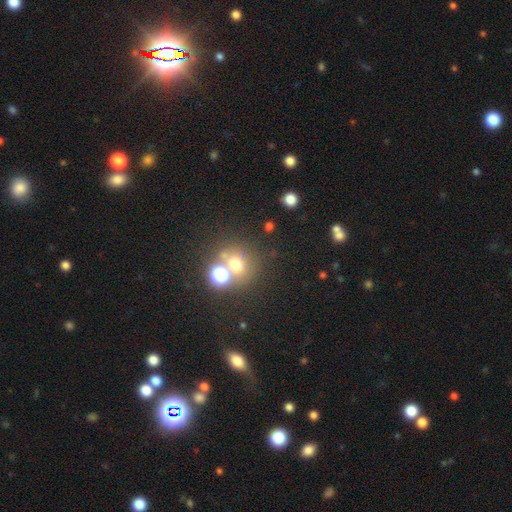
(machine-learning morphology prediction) A smooth galaxy with no disk features (45%).

Vote fractions:
- Smooth or featured? smooth: 45% / star or artifact: 43% / featured or disk: 12%
- Merging? none: 59% / merger: 29% / minor disturbance: 8% / major disturbance: 4%